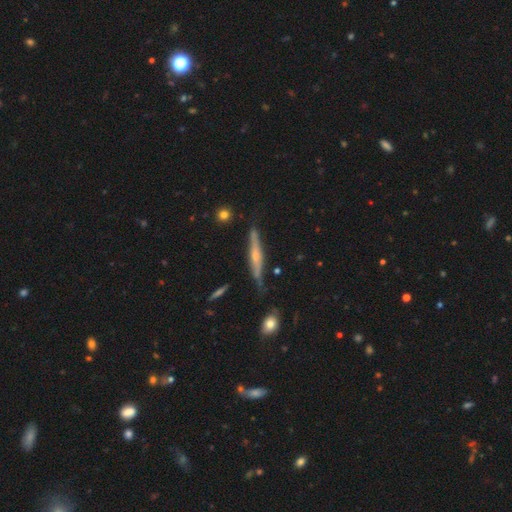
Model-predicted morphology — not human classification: Q: Smooth or featured?
A: featured or disk (69%); runner-up: smooth (25%)
Q: Edge-on disk?
A: yes (95%); runner-up: no (5%)
Q: Edge-on bulge?
A: rounded (76%); runner-up: none (18%)
Q: Merging?
A: none (77%); runner-up: minor disturbance (17%)